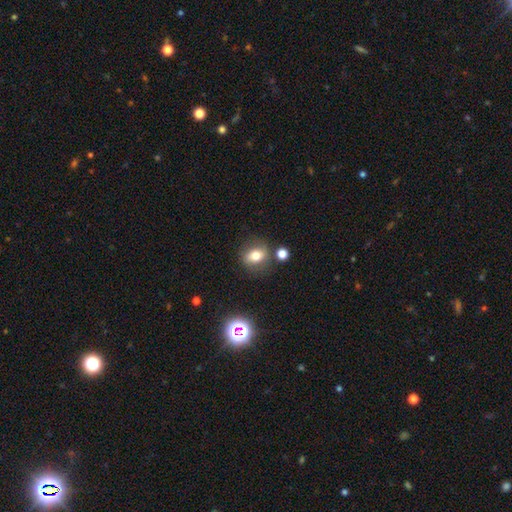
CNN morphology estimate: A smooth galaxy with no disk features (72%) that is in between round and cigar-shaped (56%).

Vote fractions:
- Smooth or featured? smooth: 72% / featured or disk: 16% / star or artifact: 12%
- How rounded? in between: 56% / round: 42% / cigar-shaped: 2%
- Merging? none: 74% / minor disturbance: 13% / merger: 8% / major disturbance: 4%